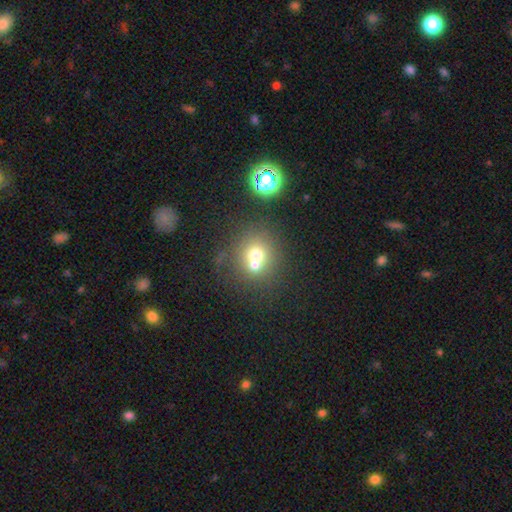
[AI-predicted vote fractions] Q: Smooth or featured?
A: smooth (64%); runner-up: featured or disk (20%)
Q: How rounded?
A: round (83%); runner-up: in between (16%)
Q: Merging?
A: merger (52%); runner-up: none (38%)